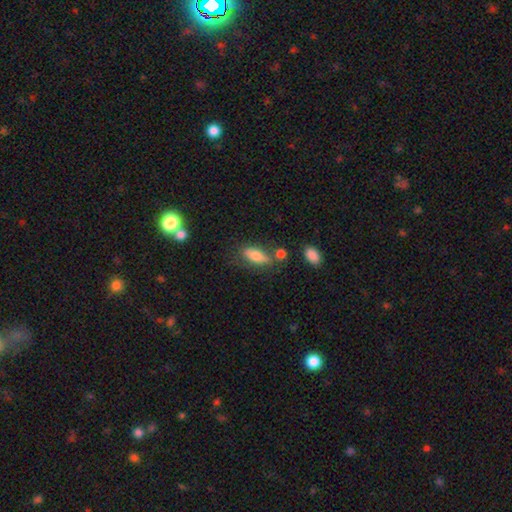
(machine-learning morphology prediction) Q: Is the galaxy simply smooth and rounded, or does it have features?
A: smooth — 76%.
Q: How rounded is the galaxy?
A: in between — 73%.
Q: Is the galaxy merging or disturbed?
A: none — 60%.